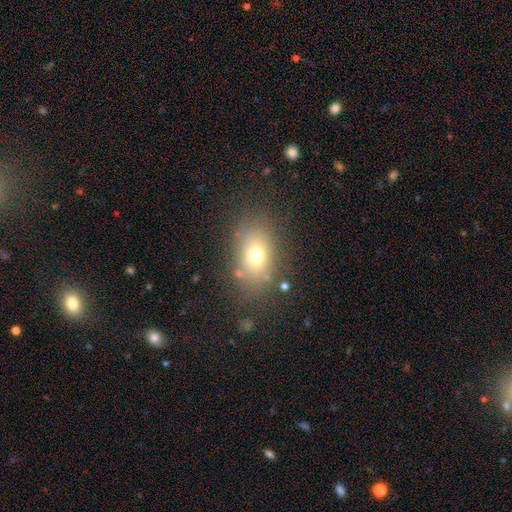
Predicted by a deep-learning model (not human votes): A smooth galaxy with no disk features (70%) that is in between round and cigar-shaped (75%). Merging: none (77%).